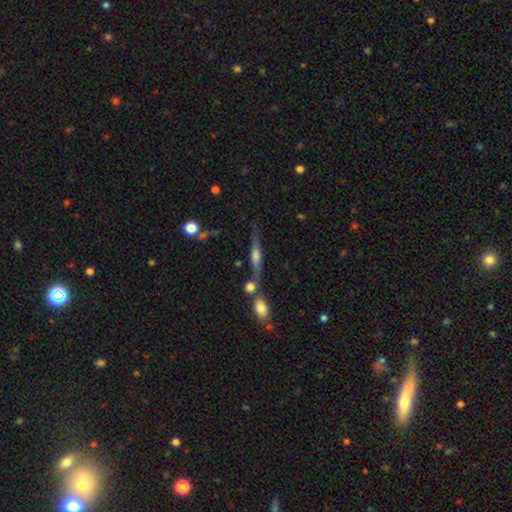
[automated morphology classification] A featured or disk galaxy (69%) viewed edge-on (95%) with a rounded central bulge (81%). Merging: none (67%).